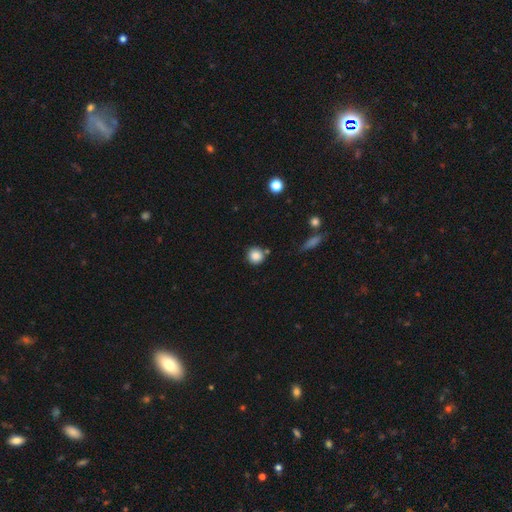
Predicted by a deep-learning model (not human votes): Smooth or featured? smooth (86%)
How rounded? round (93%)
Merging? none (80%)